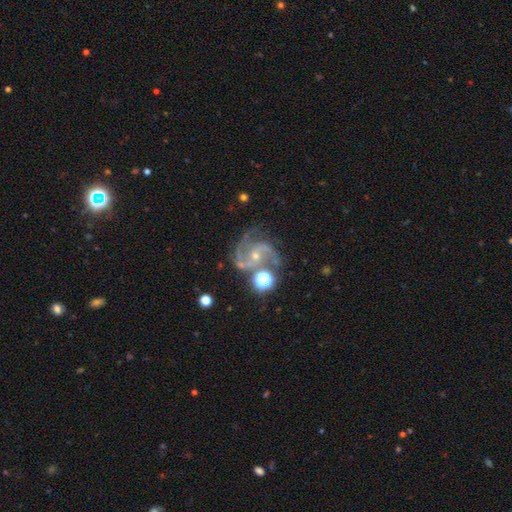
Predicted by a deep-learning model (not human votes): smooth-or-featured: featured or disk: 88% | star or artifact: 8% | smooth: 5%
  disk-edge-on: no: 98% | yes: 2%
    bar: no: 51% | weak: 37% | strong: 13%
    has-spiral-arms: yes: 98% | no: 2%
      spiral-winding: medium: 60% | loose: 23% | tight: 18%
      spiral-arm-count: 2: 67% | 3: 19% | can't tell: 5% | 4: 3% | 1: 3% | more than 4: 3%
    bulge-size: small: 59% | moderate: 36% | none: 2% | large: 1% | dominant: 1%
  merging: none: 61% | minor disturbance: 20% | major disturbance: 12% | merger: 7%